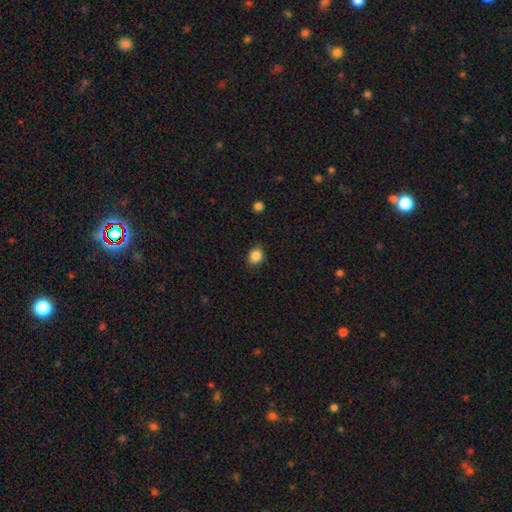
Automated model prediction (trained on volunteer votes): smooth-or-featured: smooth: 86% | star or artifact: 10% | featured or disk: 4%
  how-rounded: round: 61% | in between: 39% | cigar-shaped: 1%
  merging: none: 87% | minor disturbance: 10% | major disturbance: 2% | merger: 1%